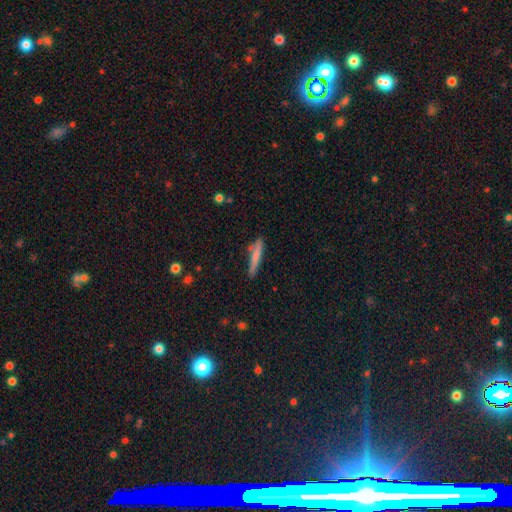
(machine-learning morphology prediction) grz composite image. It shows a smooth galaxy with no disk features (70%) that is cigar-shaped (94%). Merging: none (78%).